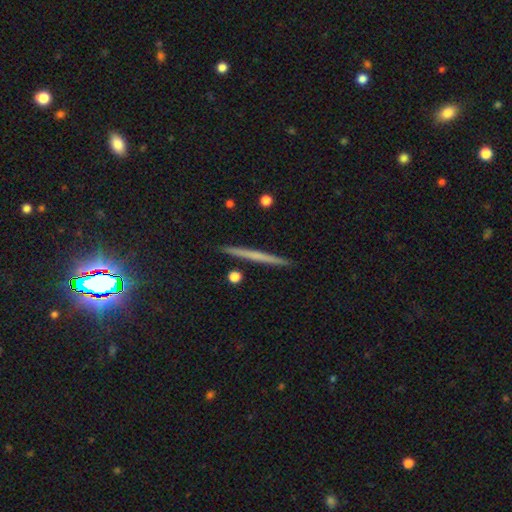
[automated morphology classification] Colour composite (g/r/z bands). It shows a featured or disk galaxy (46%, tied with smooth). Merging: none (92%).